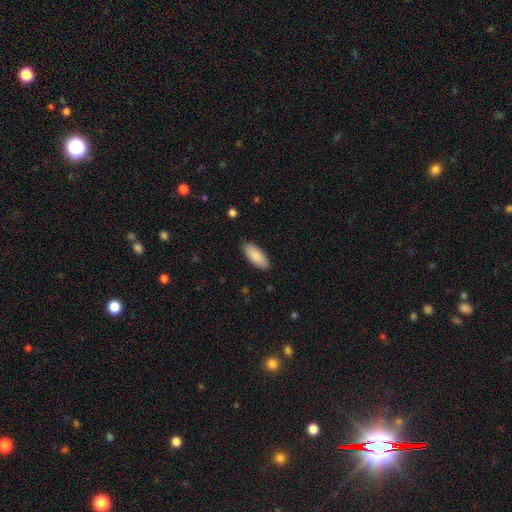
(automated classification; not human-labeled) A smooth galaxy with no disk features (88%) that is in between round and cigar-shaped (84%). Merging: none (86%).